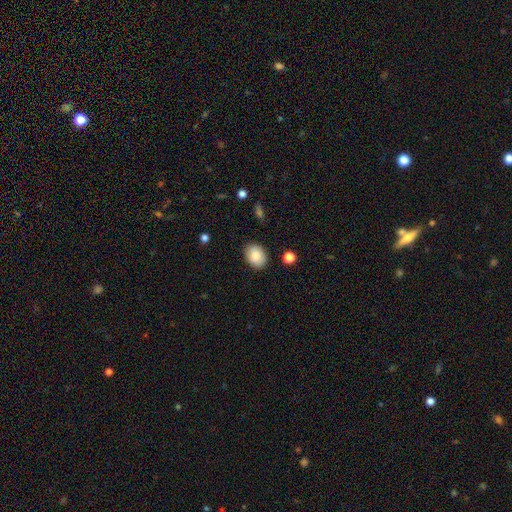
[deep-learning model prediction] Smooth or featured?
  - smooth: 88% *
  - star or artifact: 7%
  - featured or disk: 5%
How rounded?
  - in between: 71% *
  - round: 28%
  - cigar-shaped: 1%
Merging?
  - none: 87% *
  - minor disturbance: 10%
  - major disturbance: 2%
  - merger: 1%